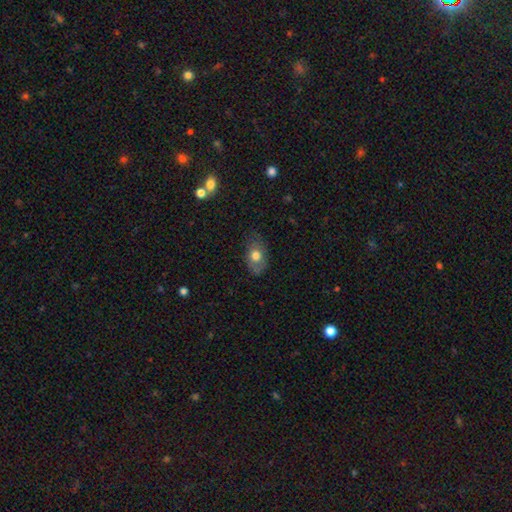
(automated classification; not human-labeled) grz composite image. It shows a smooth galaxy with no disk features (69%) that is in between round and cigar-shaped (81%). Merging: none (68%).